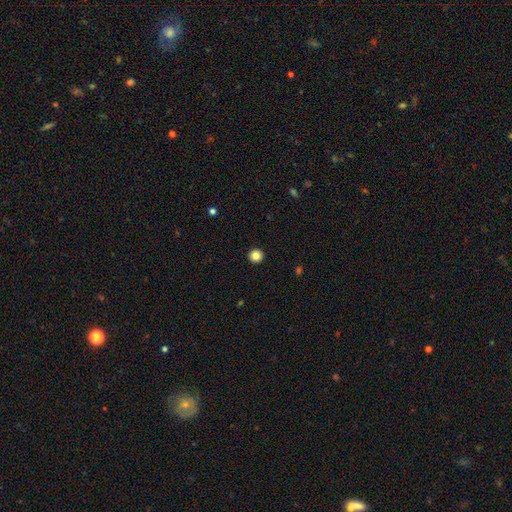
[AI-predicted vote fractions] This is clearly a smooth galaxy (85%). How rounded: clearly round (95%). Merging: clearly none (94%).